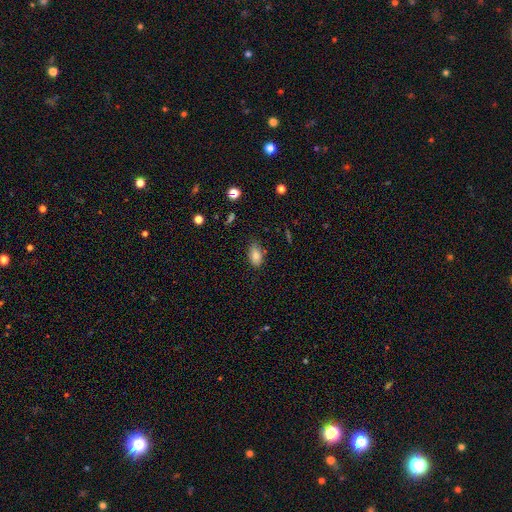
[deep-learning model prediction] smooth-or-featured: smooth: 83% | star or artifact: 9% | featured or disk: 7%
  how-rounded: in between: 90% | round: 7% | cigar-shaped: 3%
  merging: none: 74% | minor disturbance: 20% | major disturbance: 4% | merger: 2%